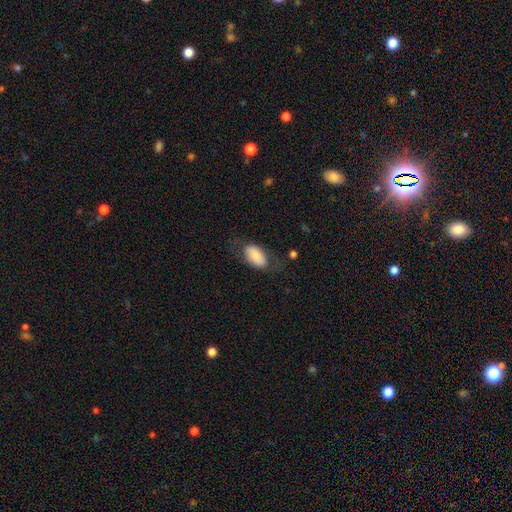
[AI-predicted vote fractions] smooth_or_featured: smooth (p=0.72) [alt: featured or disk p=0.21]
how_rounded: in between (p=0.93) [alt: round p=0.05]
merging: none (p=0.62) [alt: minor disturbance p=0.21]